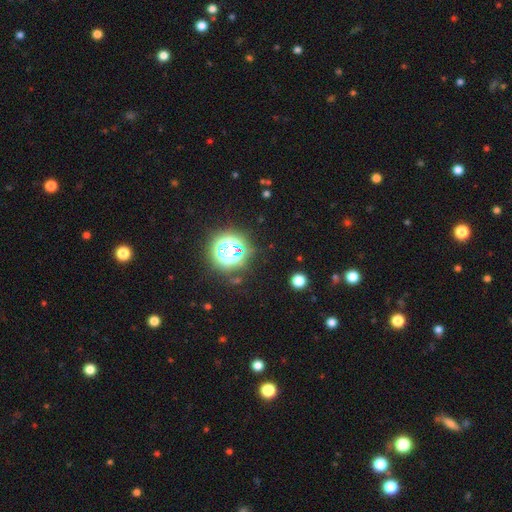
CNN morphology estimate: type=star or artifact (78%).